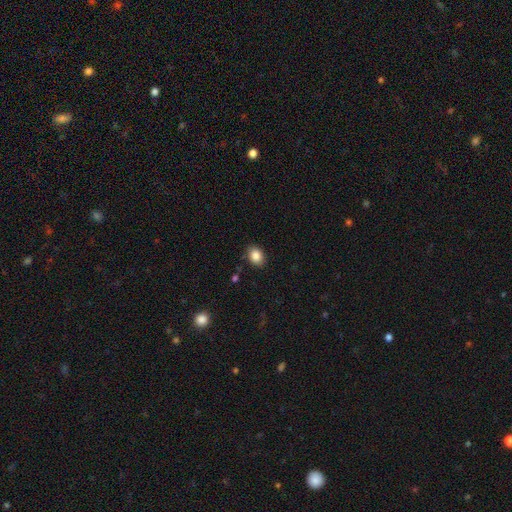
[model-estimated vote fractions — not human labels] Q: Smooth or featured?
A: smooth (86%); runner-up: star or artifact (9%)
Q: How rounded?
A: in between (62%); runner-up: round (37%)
Q: Merging?
A: none (85%); runner-up: minor disturbance (11%)